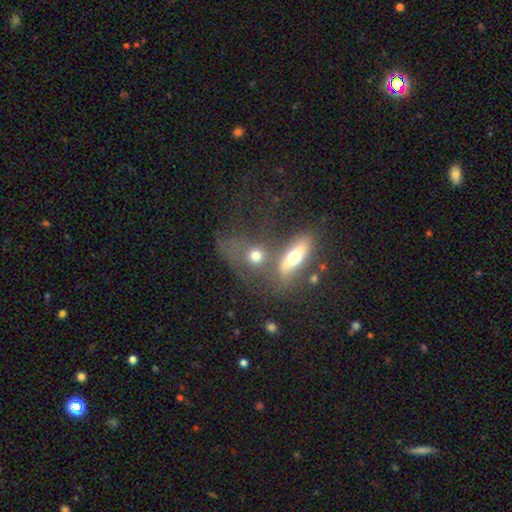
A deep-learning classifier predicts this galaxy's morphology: Smooth or featured? Predicted: smooth (p=0.61). How rounded? Predicted: round (p=0.54). Merging? Predicted: merger (p=0.45).